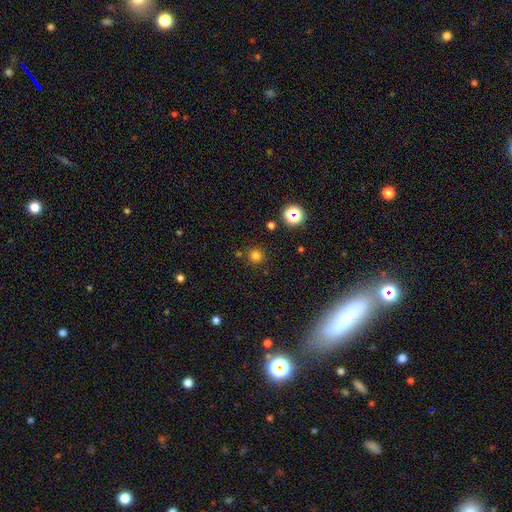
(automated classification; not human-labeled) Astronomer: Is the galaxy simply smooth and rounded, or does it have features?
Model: smooth — 76%.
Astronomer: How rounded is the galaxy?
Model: round — 95%.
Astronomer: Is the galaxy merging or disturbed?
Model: none — 84%.